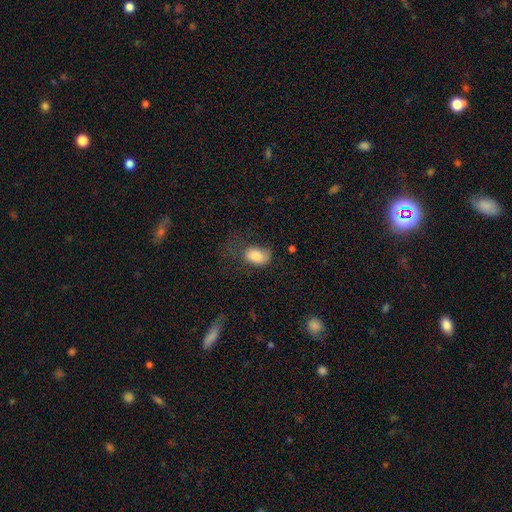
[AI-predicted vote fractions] Smooth or featured: smooth — 80% (featured or disk — 11%)
How rounded: in between — 84% (round — 15%)
Merging: none — 36% (major disturbance — 33%)